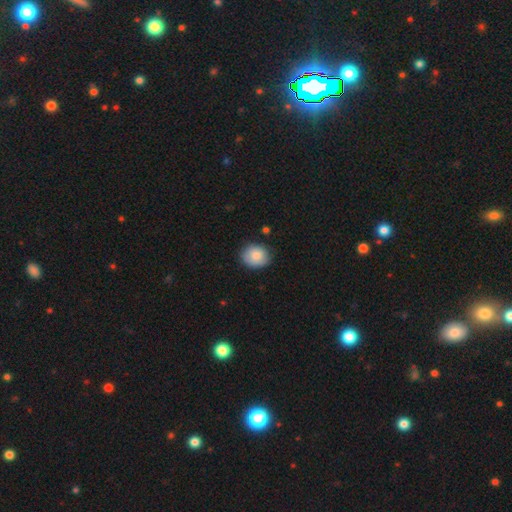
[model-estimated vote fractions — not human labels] smooth_or_featured: smooth (p=0.85) [alt: featured or disk p=0.08]
how_rounded: round (p=0.63) [alt: in between p=0.37]
merging: none (p=0.77) [alt: minor disturbance p=0.18]